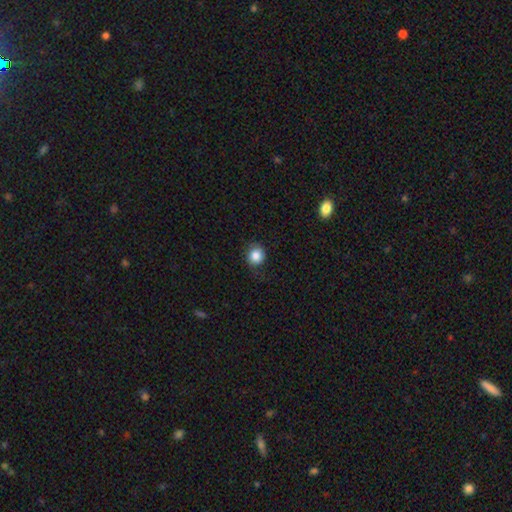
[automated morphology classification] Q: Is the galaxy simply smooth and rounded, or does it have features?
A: smooth — 85%.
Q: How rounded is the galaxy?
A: round — 85%.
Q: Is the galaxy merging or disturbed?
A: none — 78%.